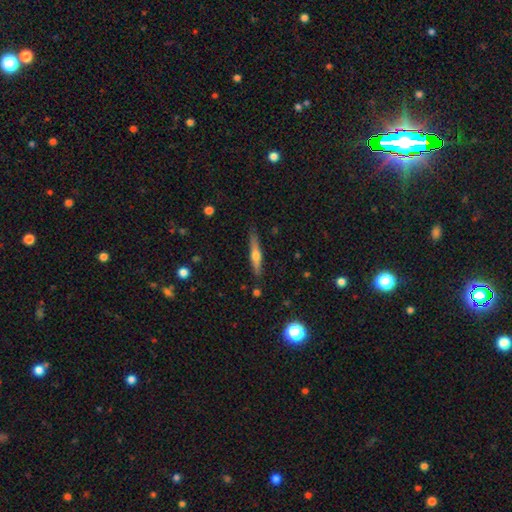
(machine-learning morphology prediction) A featured or disk galaxy (52%) viewed edge-on (95%). Merging: none (82%).